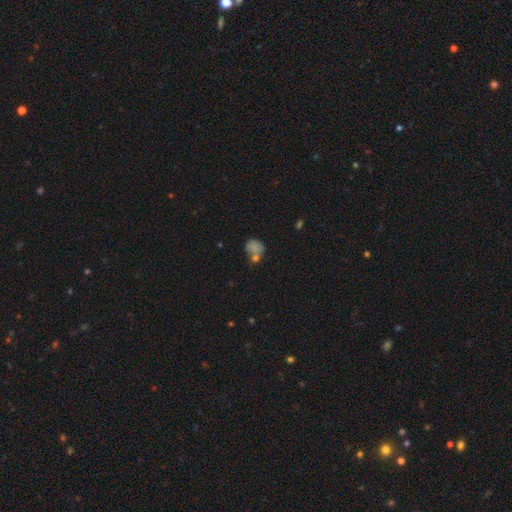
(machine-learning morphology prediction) type=smooth (56%); roundness=round (65%); merging=none (48%).